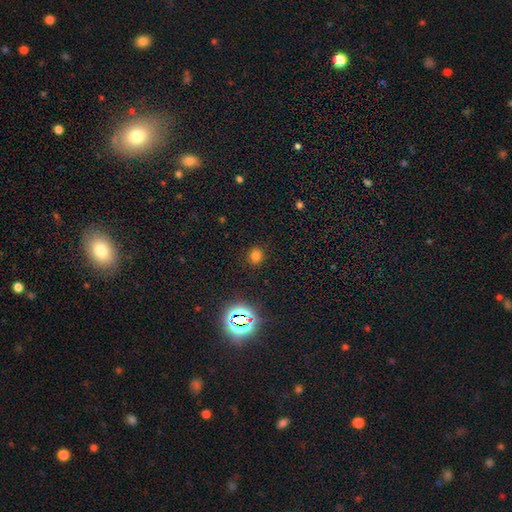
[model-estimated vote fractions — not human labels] smooth_or_featured: smooth (p=0.72) [alt: star or artifact p=0.22]
how_rounded: round (p=0.76) [alt: in between p=0.23]
merging: none (p=0.87) [alt: minor disturbance p=0.08]